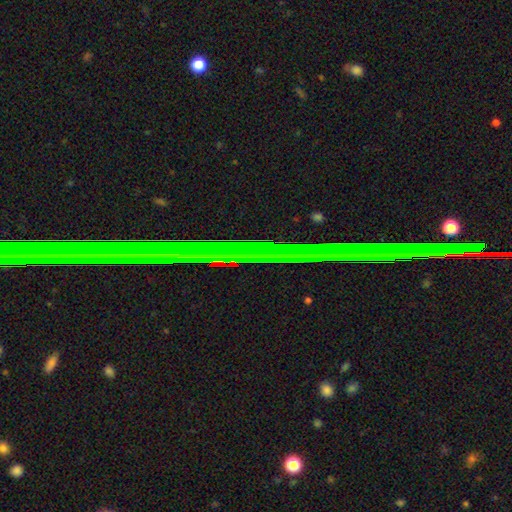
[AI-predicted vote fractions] Overall: star or artifact (78%).